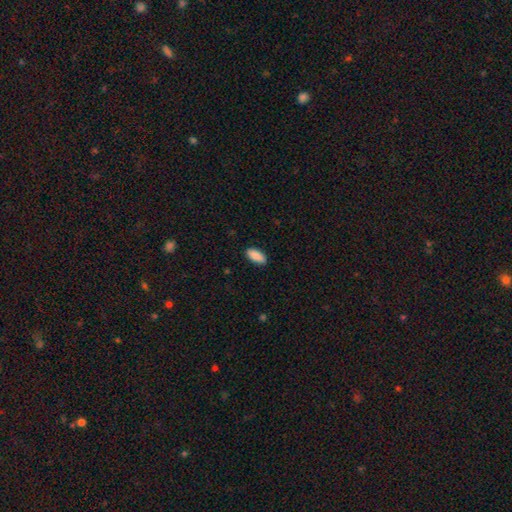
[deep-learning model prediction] This appears to be a smooth galaxy with no disk features (90%) that is in between round and cigar-shaped (90%). Merging: none (89%).